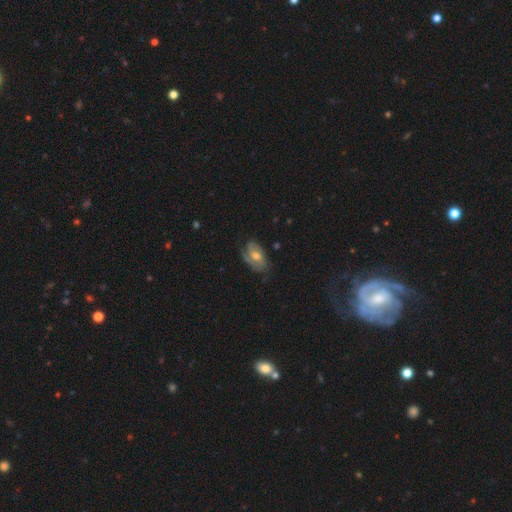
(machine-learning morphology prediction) smooth-or-featured: featured or disk: 65% | smooth: 28% | star or artifact: 8%
  disk-edge-on: no: 94% | yes: 6%
    bar: no: 57% | weak: 35% | strong: 9%
    has-spiral-arms: yes: 84% | no: 16%
      spiral-winding: tight: 44% | medium: 39% | loose: 17%
      spiral-arm-count: 2: 43% | can't tell: 29% | 1: 14% | 3: 10% | 4: 3% | more than 4: 2%
    bulge-size: moderate: 68% | small: 22% | large: 6% | none: 2% | dominant: 1%
  merging: none: 62% | minor disturbance: 25% | major disturbance: 11% | merger: 2%